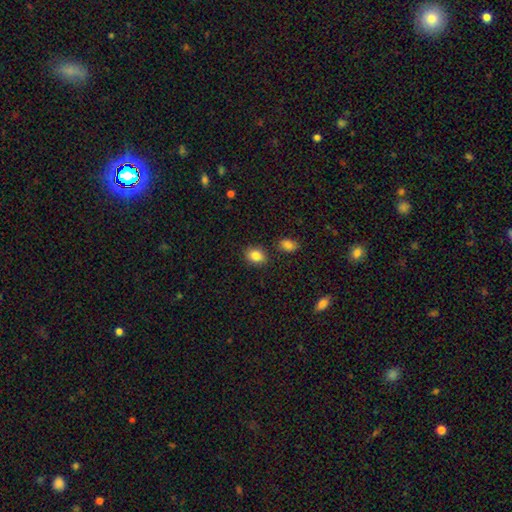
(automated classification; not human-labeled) smooth 85%, star or artifact 9%, featured or disk 6%. Down the decision tree: how rounded — in between (59%); merging — none (84%).